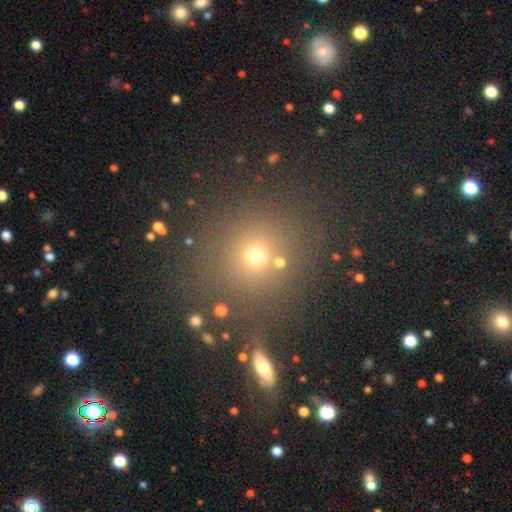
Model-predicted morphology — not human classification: The model was most divided on "smooth or featured": smooth: 65%, star or artifact: 26%, featured or disk: 9%. More confident: how rounded — round (86%); merging — none (76%).